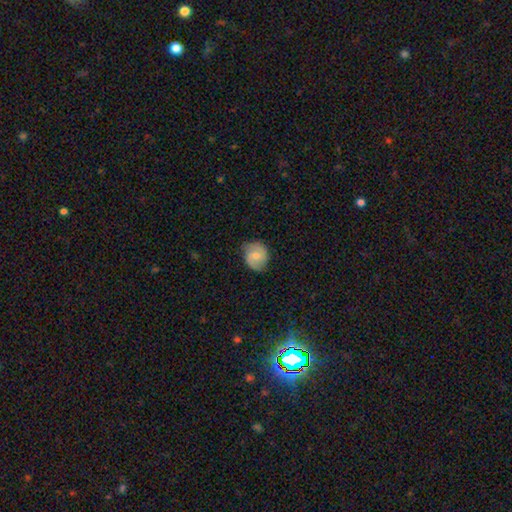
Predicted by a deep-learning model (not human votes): featured or disk 48%, smooth 45%, star or artifact 7%. Down the decision tree: merging — none (74%).